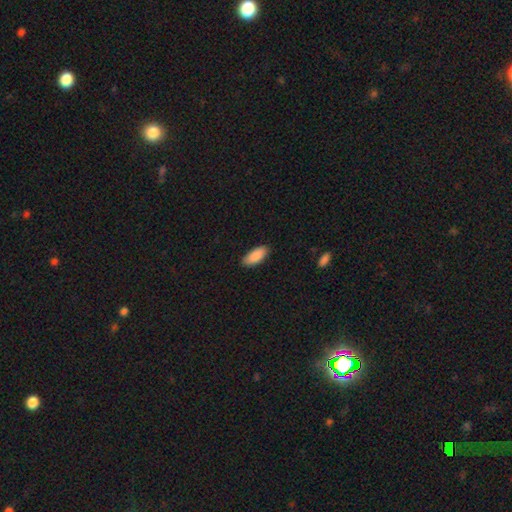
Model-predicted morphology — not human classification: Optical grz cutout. It shows a smooth galaxy with no disk features (90%) that is in between round and cigar-shaped (86%). Merging: none (87%).